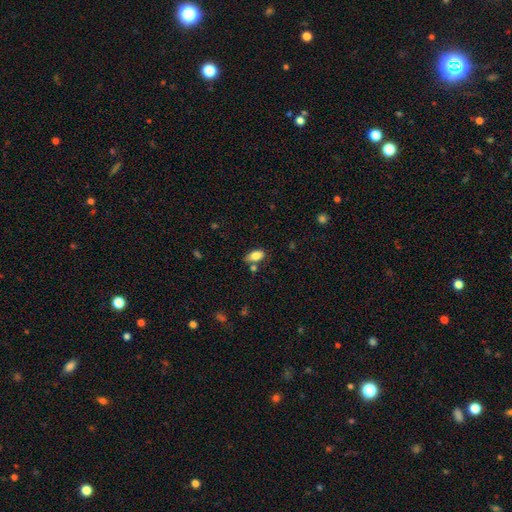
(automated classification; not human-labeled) smooth_or_featured: smooth (p=0.82) [alt: featured or disk p=0.10]
how_rounded: in between (p=0.91) [alt: cigar-shaped p=0.05]
merging: none (p=0.67) [alt: minor disturbance p=0.18]